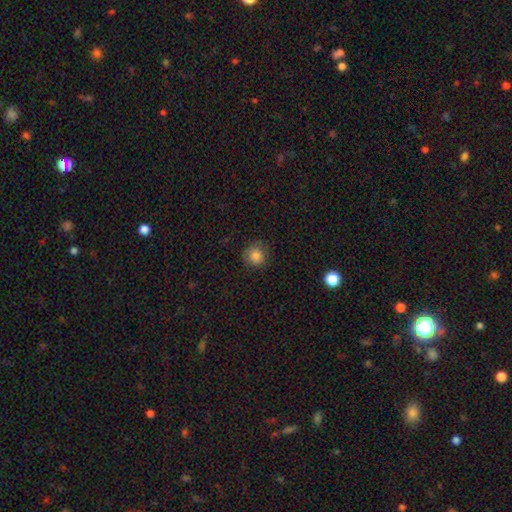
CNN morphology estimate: A smooth galaxy with no disk features (83%) that is round (91%). Merging: none (82%).